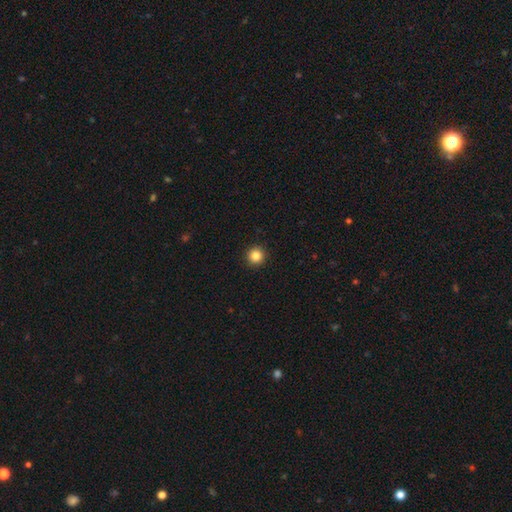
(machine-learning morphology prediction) smooth 86%, star or artifact 11%, featured or disk 4%. Down the decision tree: how rounded — round (95%); merging — none (93%).